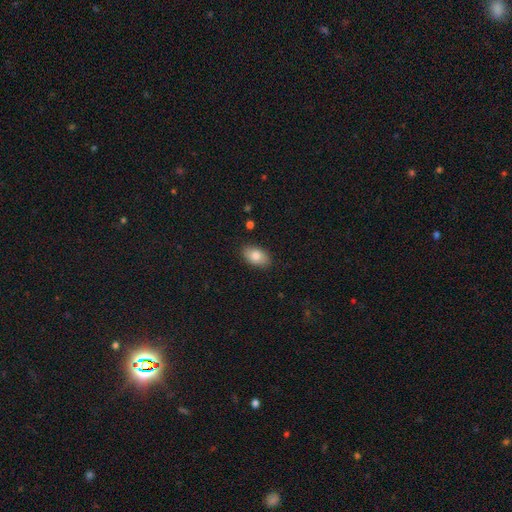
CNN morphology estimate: This is clearly a smooth galaxy (81%). How rounded: clearly in between (92%). Merging: clearly none (85%).